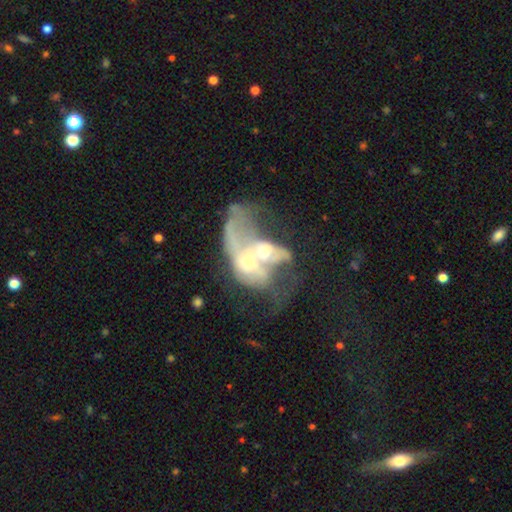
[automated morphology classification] Overall: featured or disk (66%). Edge-on disk: no (96%). Bar: no (77%). Spiral arms: no (58%; yes 42%). Bulge size: moderate (56%; small 27%). Merging: merger (70%).